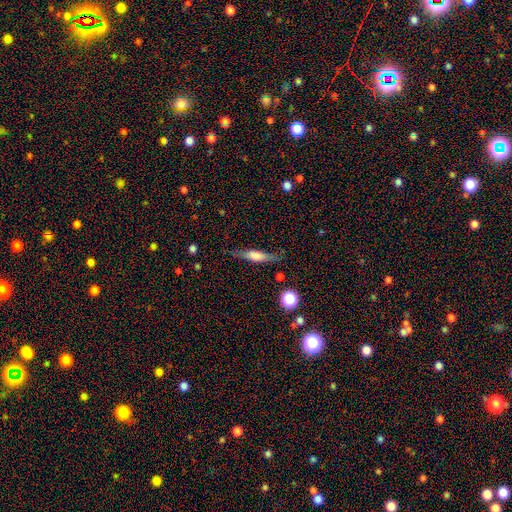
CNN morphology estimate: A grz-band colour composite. It shows a smooth galaxy with no disk features (53%) that is cigar-shaped (73%). Merging: none (77%).